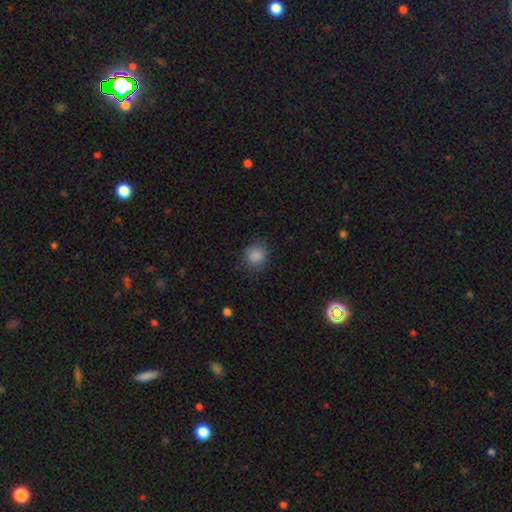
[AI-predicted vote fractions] A smooth galaxy with no disk features (87%) that is round (87%). Merging: none (82%).